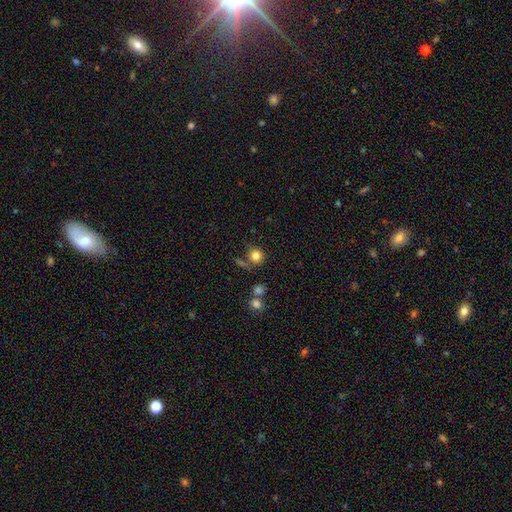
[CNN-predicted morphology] smooth 80%, star or artifact 12%, featured or disk 8%. Down the decision tree: how rounded — round (87%); merging — none (64%).